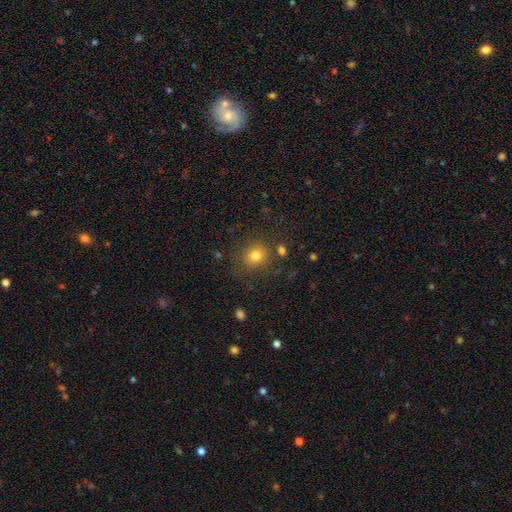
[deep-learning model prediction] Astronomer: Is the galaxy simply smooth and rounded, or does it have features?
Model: smooth — 78%.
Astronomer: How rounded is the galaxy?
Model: round — 75%.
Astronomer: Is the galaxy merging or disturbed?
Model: none — 79%.